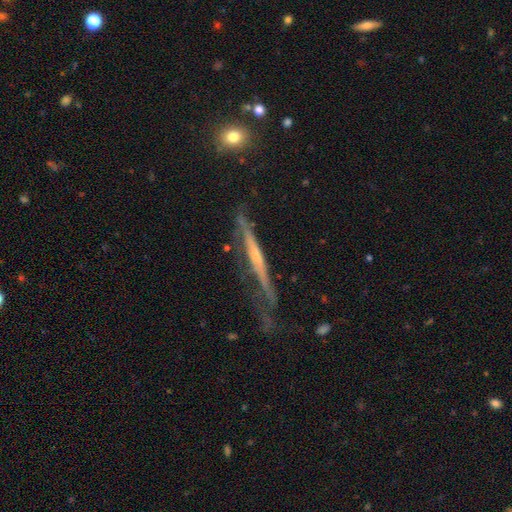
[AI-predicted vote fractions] This is likely a featured or disk galaxy (74%). It is clearly viewed edge-on (90%). Edge-on bulge: possibly none (48%). Merging: possibly none (54%).